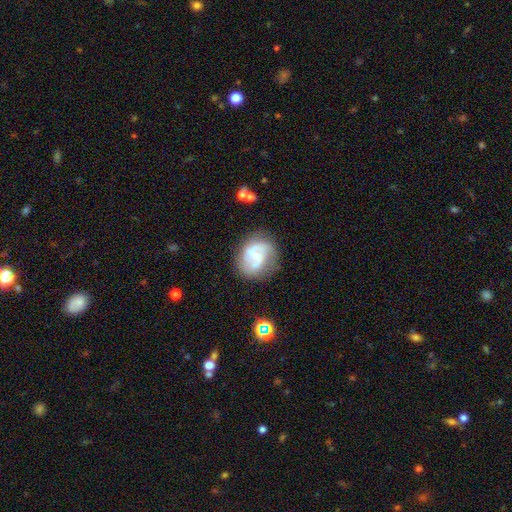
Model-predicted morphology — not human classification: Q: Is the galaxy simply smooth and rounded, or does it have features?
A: featured or disk — 69%.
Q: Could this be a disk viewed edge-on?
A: no — 98%.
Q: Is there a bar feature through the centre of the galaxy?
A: no — 44%.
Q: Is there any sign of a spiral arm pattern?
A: yes — 83%.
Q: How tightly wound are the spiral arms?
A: medium — 45%.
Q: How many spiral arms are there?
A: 2 — 69%.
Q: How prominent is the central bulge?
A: small — 60%.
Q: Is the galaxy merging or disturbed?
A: none — 58%.